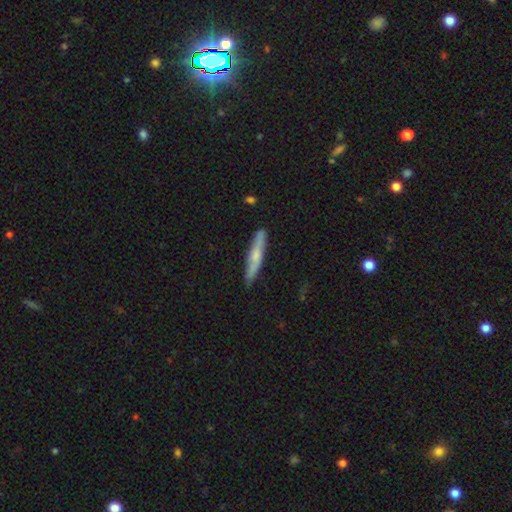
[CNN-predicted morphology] Smooth or featured? Predicted: smooth (p=0.51). How rounded? Predicted: cigar-shaped (p=0.92). Merging? Predicted: none (p=0.85).